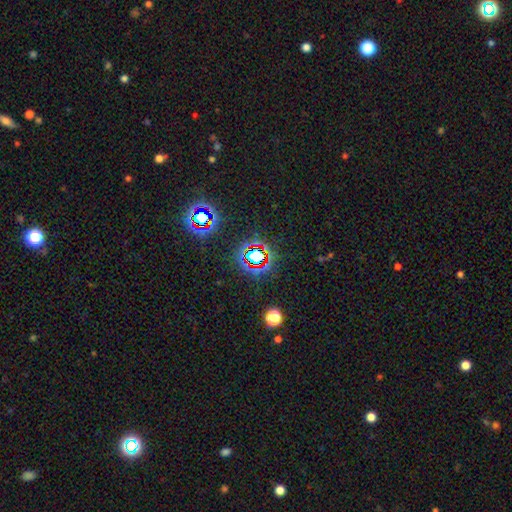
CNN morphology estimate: Overall: star or artifact (71%).